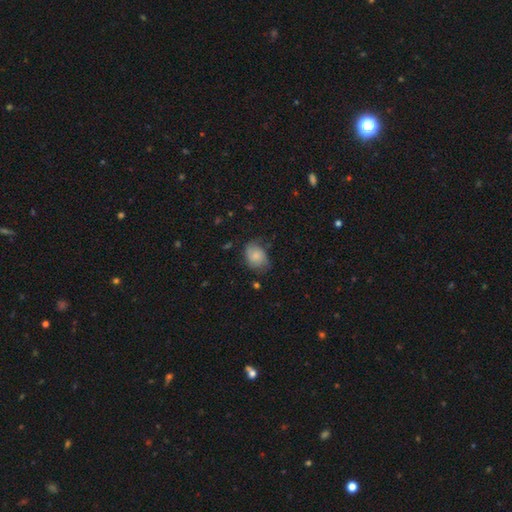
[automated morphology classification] A smooth galaxy with no disk features (68%) that is in between round and cigar-shaped (61%).

Vote fractions:
- Smooth or featured? smooth: 68% / featured or disk: 24% / star or artifact: 8%
- How rounded? in between: 61% / round: 38% / cigar-shaped: 1%
- Merging? none: 54% / minor disturbance: 32% / major disturbance: 12% / merger: 2%